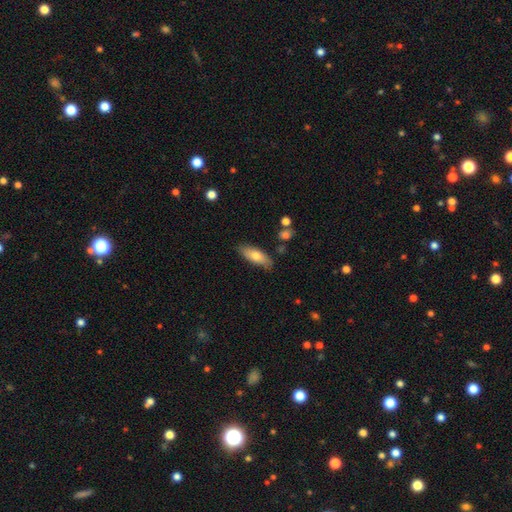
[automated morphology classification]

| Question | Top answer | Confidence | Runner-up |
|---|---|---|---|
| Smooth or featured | smooth | 72% | featured or disk (22%) |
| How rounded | in between | 69% | cigar-shaped (29%) |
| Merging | none | 80% | minor disturbance (15%) |